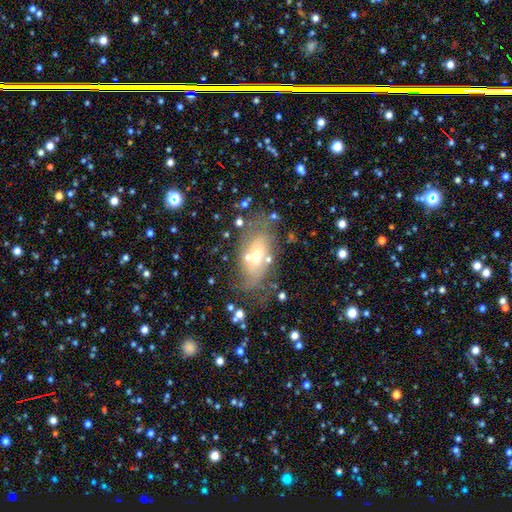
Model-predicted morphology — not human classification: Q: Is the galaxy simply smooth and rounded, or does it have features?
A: featured or disk — 55%.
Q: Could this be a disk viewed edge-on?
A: no — 85%.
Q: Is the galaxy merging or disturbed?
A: none — 63%.